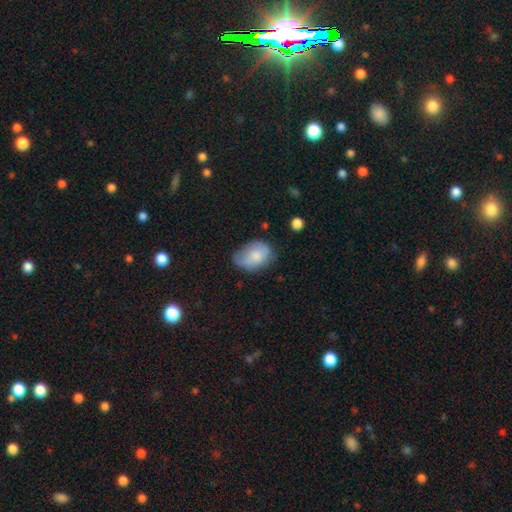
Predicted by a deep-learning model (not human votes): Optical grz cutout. It shows a smooth galaxy with no disk features (73%) that is in between round and cigar-shaped (84%). Merging: none (43%).